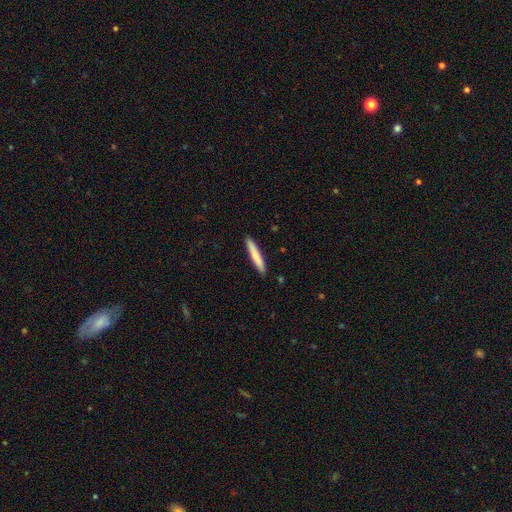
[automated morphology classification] Smooth or featured? smooth (77%)
How rounded? cigar-shaped (95%)
Merging? none (91%)